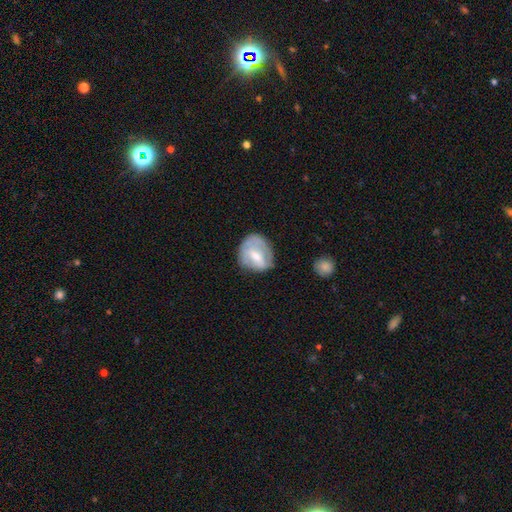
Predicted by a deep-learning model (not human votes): A smooth galaxy with no disk features (48%).

Vote fractions:
- Smooth or featured? smooth: 48% / featured or disk: 45% / star or artifact: 7%
- Merging? none: 58% / minor disturbance: 27% / major disturbance: 13% / merger: 2%